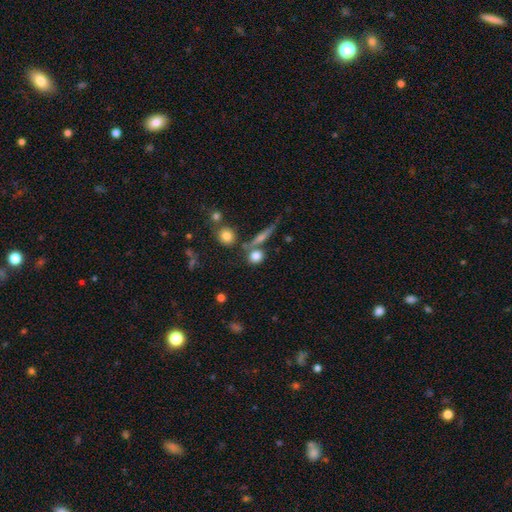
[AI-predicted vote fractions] The model was most divided on "merging": none: 64%, merger: 20%, minor disturbance: 11%, major disturbance: 5%. More confident: smooth or featured — smooth (77%); how rounded — round (72%).